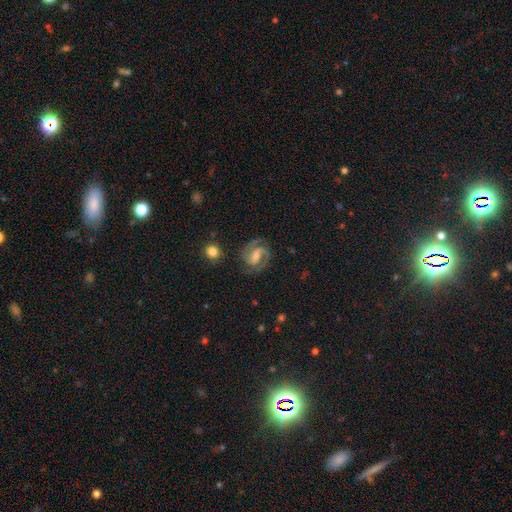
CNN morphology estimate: Smooth or featured?
  - featured or disk: 89% *
  - smooth: 6%
  - star or artifact: 5%
Edge-on disk?
  - no: 98% *
  - yes: 2%
Bar?
  - weak: 50% *
  - strong: 29%
  - no: 21%
Spiral arms?
  - yes: 98% *
  - no: 2%
Spiral winding?
  - medium: 57% *
  - tight: 31%
  - loose: 12%
Spiral arm count?
  - 2: 89% *
  - 3: 4%
  - can't tell: 3%
  - 1: 2%
  - 4: 1%
  - more than 4: 1%
Bulge size?
  - small: 46% *
  - moderate: 42%
  - none: 7%
  - large: 4%
  - dominant: 1%
Merging?
  - none: 78% *
  - minor disturbance: 14%
  - major disturbance: 6%
  - merger: 2%